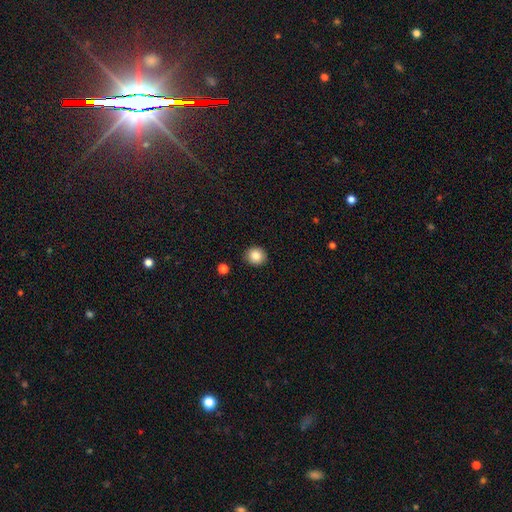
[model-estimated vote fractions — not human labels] smooth-or-featured: smooth: 86% | star or artifact: 9% | featured or disk: 5%
  how-rounded: round: 87% | in between: 12% | cigar-shaped: 1%
  merging: none: 91% | minor disturbance: 6% | major disturbance: 2% | merger: 1%